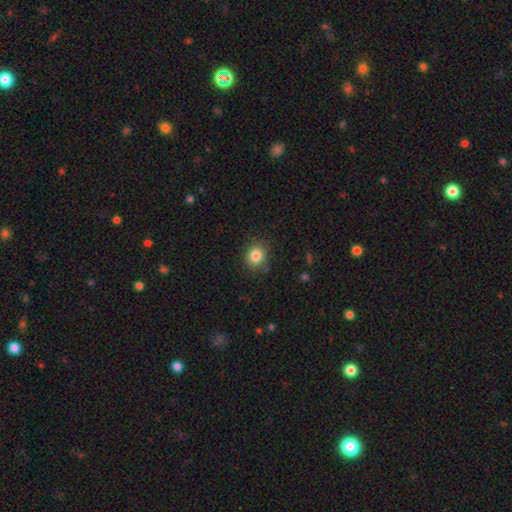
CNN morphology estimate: Overall: smooth (84%). How rounded: round (72%). Merging: none (84%).